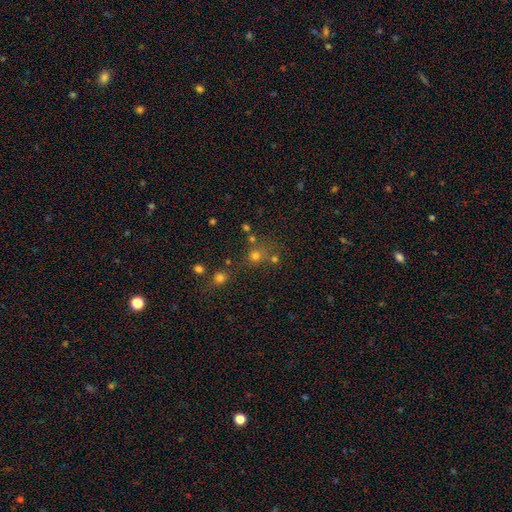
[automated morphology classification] smooth-or-featured: smooth: 55% | star or artifact: 34% | featured or disk: 11%
  how-rounded: round: 86% | in between: 12% | cigar-shaped: 1%
  merging: none: 61% | merger: 24% | minor disturbance: 9% | major disturbance: 6%